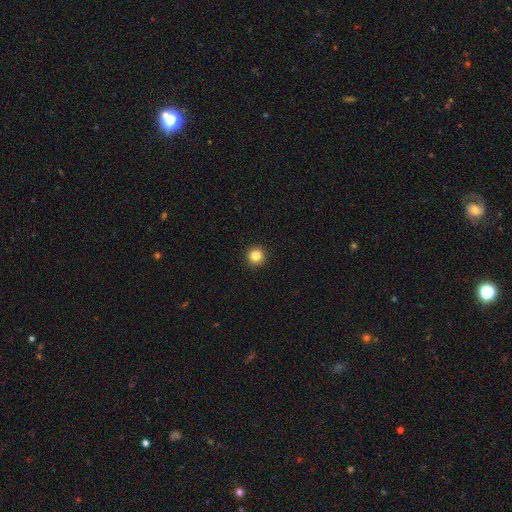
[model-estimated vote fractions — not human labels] A smooth galaxy with no disk features (84%) that is round (96%). Merging: none (94%).